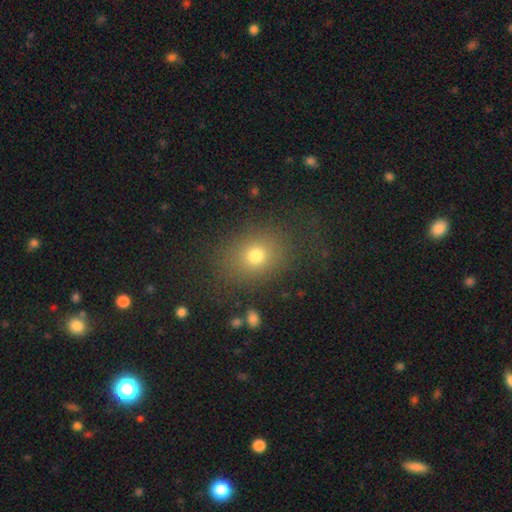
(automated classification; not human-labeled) Smooth or featured: smooth — 74% (star or artifact — 15%)
How rounded: round — 54% (in between — 45%)
Merging: none — 77% (minor disturbance — 12%)